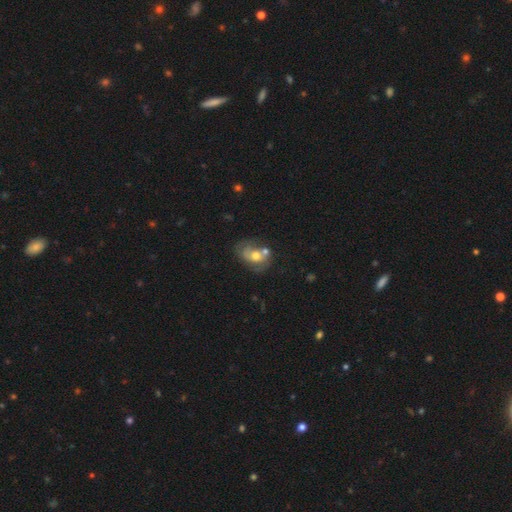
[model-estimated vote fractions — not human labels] Smooth or featured? Predicted: featured or disk (p=0.52). Edge-on disk? Predicted: no (p=0.96). Bar? Predicted: no (p=0.76). Spiral arms? Predicted: yes (p=0.63). Bulge size? Predicted: moderate (p=0.67). Merging? Predicted: none (p=0.37).